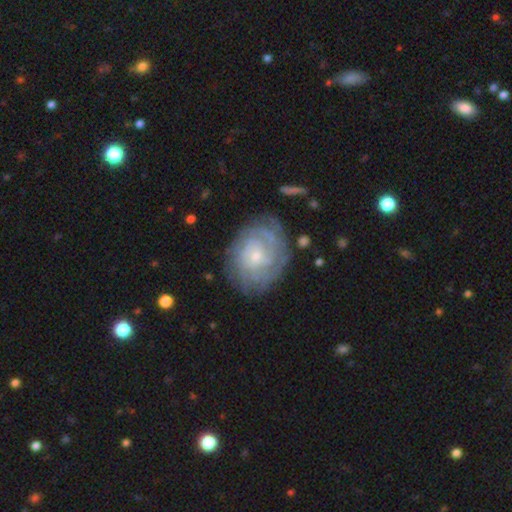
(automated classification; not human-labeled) featured or disk 78%, smooth 15%, star or artifact 7%. Down the decision tree: edge-on disk — no (97%); bar — no (72%); spiral arms — yes (91%); spiral arm count — can't tell (50%); spiral winding — tight (76%); bulge size — small (70%); merging — none (74%).